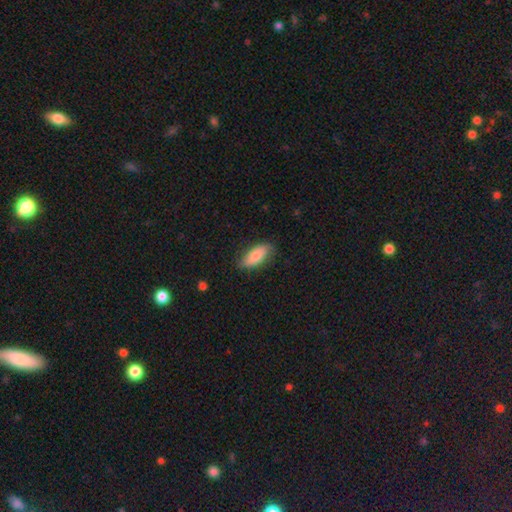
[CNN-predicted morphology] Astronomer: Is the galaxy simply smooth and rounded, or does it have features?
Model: smooth — 81%.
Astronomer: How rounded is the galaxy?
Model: in between — 84%.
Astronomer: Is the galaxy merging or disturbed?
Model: none — 79%.